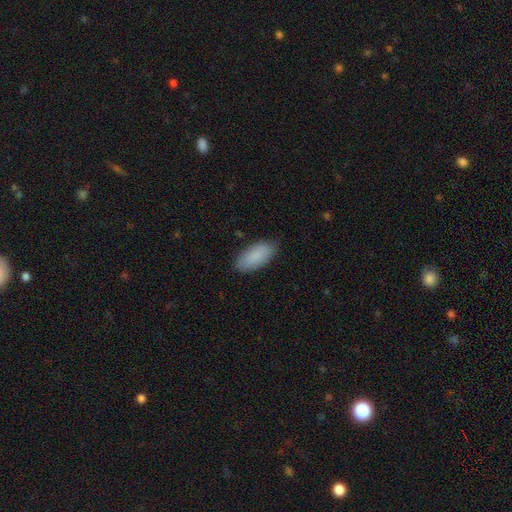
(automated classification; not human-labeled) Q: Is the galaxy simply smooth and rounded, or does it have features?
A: smooth — 88%.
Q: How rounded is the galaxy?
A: in between — 91%.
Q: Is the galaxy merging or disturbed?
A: none — 85%.